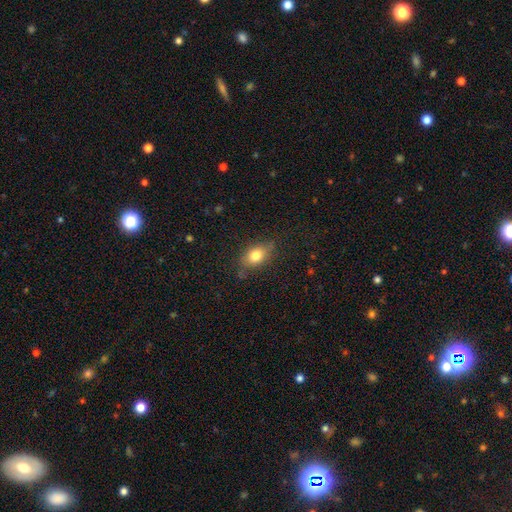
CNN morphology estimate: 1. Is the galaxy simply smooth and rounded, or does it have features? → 78% smooth, 13% featured or disk, 10% star or artifact.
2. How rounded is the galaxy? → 75% in between, 22% round, 3% cigar-shaped.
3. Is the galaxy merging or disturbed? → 76% none, 18% minor disturbance, 4% major disturbance, 2% merger.